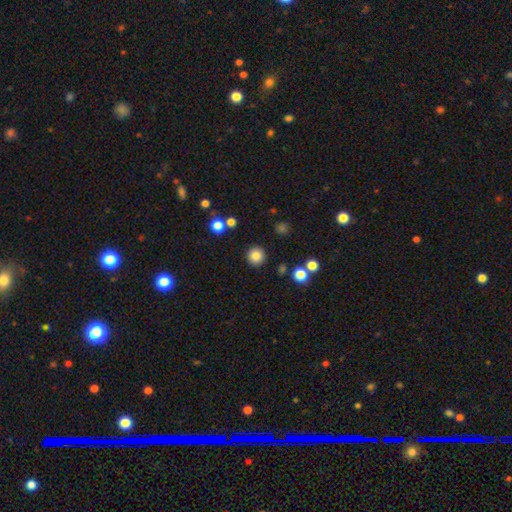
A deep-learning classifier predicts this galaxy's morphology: This is clearly a smooth galaxy (84%). How rounded: clearly round (95%). Merging: clearly none (90%).